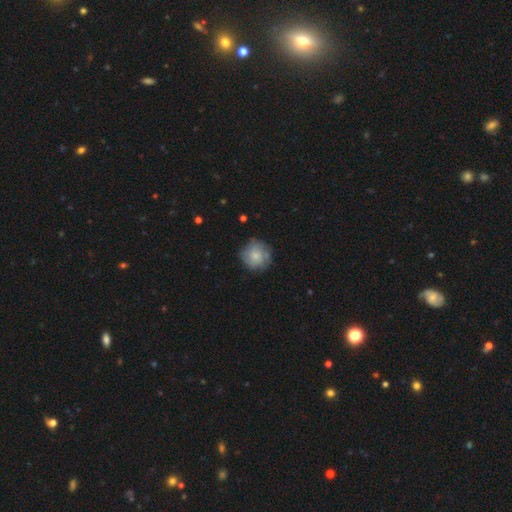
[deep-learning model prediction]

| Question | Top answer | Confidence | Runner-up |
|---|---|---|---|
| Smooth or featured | smooth | 54% | featured or disk (39%) |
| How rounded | round | 91% | in between (8%) |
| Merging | none | 76% | minor disturbance (17%) |